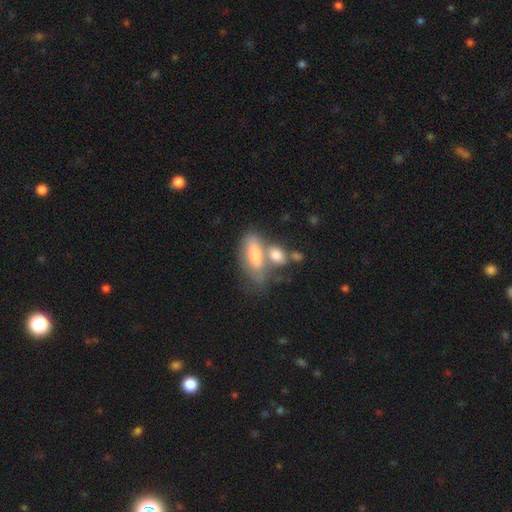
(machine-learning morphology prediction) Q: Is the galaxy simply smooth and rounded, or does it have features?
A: smooth — 71%.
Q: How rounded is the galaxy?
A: in between — 73%.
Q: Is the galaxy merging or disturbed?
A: merger — 48%.